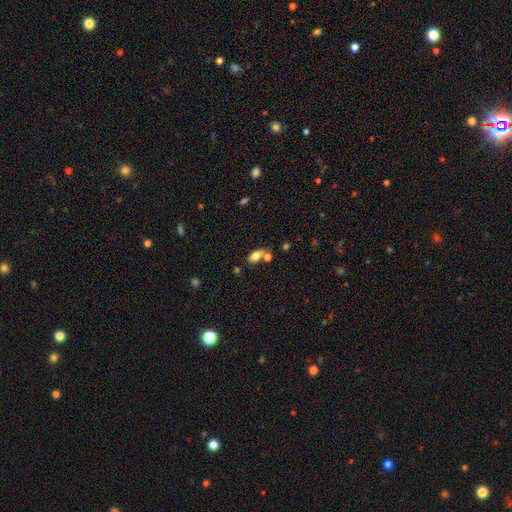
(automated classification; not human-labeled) Smooth or featured? Predicted: smooth (p=0.76). How rounded? Predicted: in between (p=0.87). Merging? Predicted: none (p=0.50).